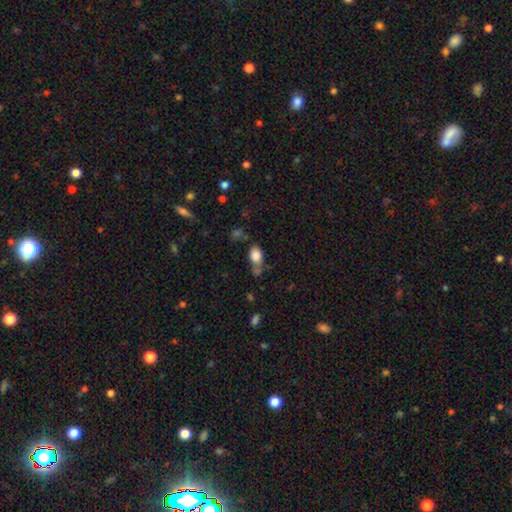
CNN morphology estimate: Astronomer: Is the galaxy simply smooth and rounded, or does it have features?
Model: smooth — 84%.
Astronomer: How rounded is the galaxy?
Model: in between — 75%.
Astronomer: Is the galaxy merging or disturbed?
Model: none — 48% (runner-up: merger, 25%).